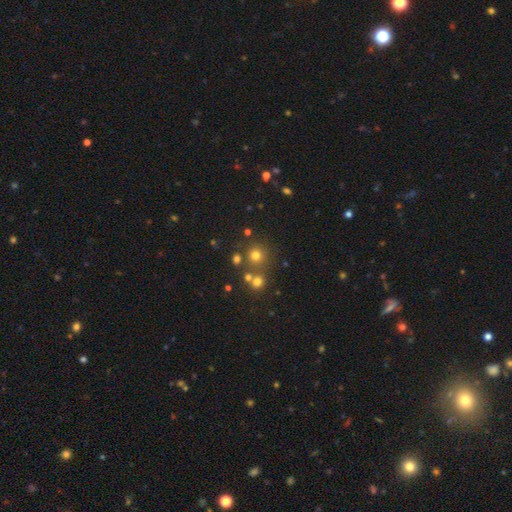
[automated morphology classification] Smooth or featured?
  - smooth: 71% *
  - star or artifact: 20%
  - featured or disk: 9%
How rounded?
  - round: 92% *
  - in between: 7%
  - cigar-shaped: 1%
Merging?
  - none: 73% *
  - merger: 15%
  - minor disturbance: 8%
  - major disturbance: 4%